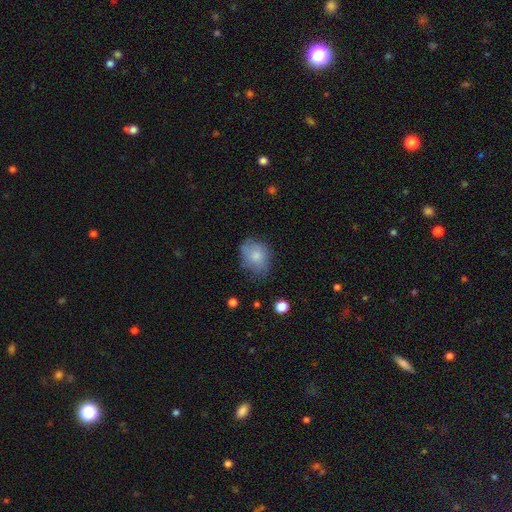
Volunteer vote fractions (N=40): Smooth or featured: smooth — 72% (featured or disk — 20%)
How rounded: in between — 69% (round — 31%)
Merging: none — 70% (minor disturbance — 27%)